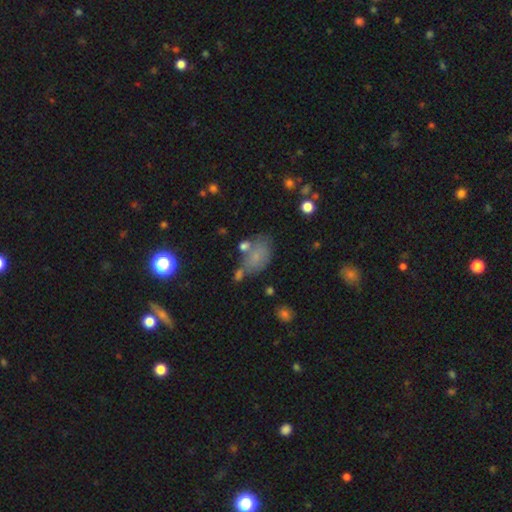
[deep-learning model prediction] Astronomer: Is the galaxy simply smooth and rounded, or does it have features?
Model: smooth — 67%.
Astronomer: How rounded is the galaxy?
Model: in between — 85%.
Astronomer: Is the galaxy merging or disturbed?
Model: none — 50%.